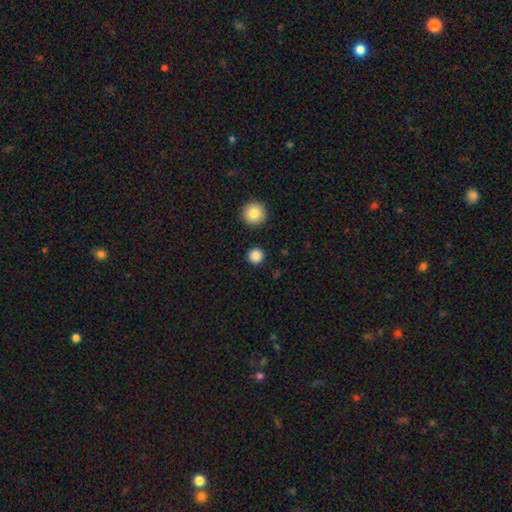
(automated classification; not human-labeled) This is clearly a smooth galaxy (86%). How rounded: clearly round (95%). Merging: clearly none (91%).